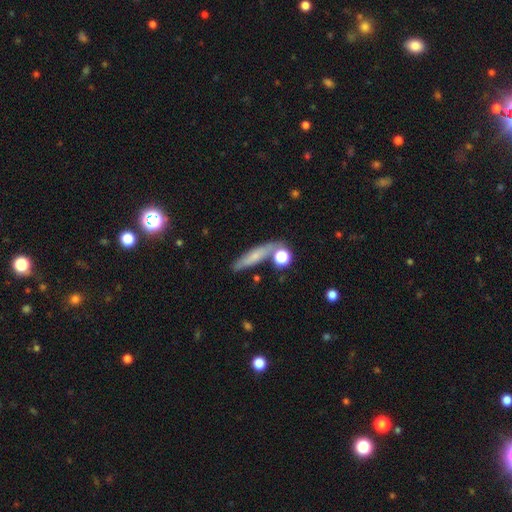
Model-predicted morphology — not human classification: A smooth galaxy with no disk features (57%) that is cigar-shaped (74%).

Vote fractions:
- Smooth or featured? smooth: 57% / featured or disk: 32% / star or artifact: 11%
- How rounded? cigar-shaped: 74% / in between: 18% / round: 8%
- Merging? none: 67% / minor disturbance: 16% / merger: 12% / major disturbance: 6%